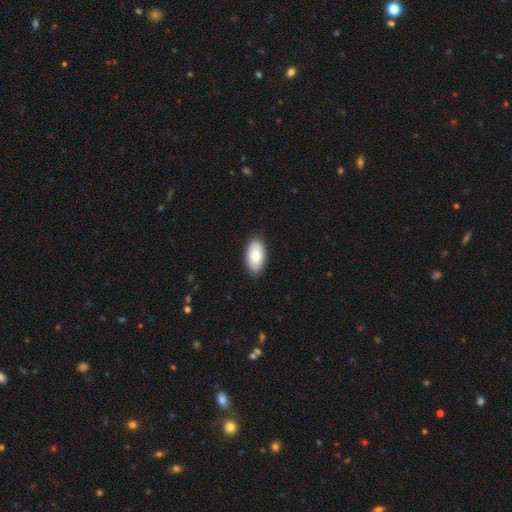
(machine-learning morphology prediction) Overall: smooth (78%). How rounded: in between (95%). Merging: none (90%).